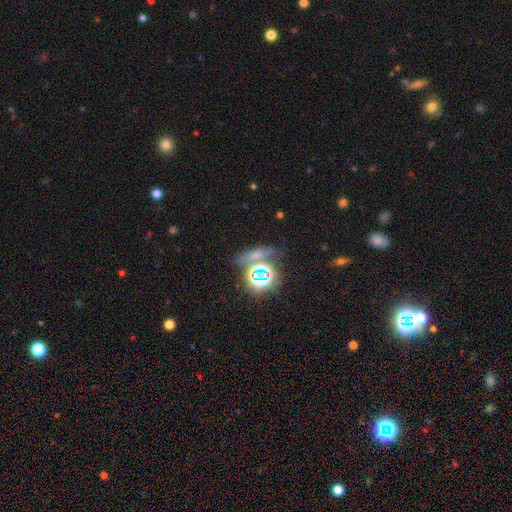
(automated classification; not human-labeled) Smooth or featured? Predicted: star or artifact (p=0.47).